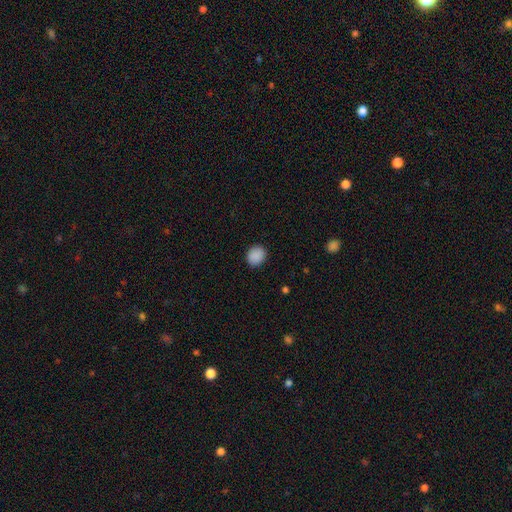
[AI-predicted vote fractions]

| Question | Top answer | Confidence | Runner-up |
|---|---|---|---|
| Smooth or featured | smooth | 89% | star or artifact (8%) |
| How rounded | round | 67% | in between (32%) |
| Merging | none | 88% | minor disturbance (9%) |